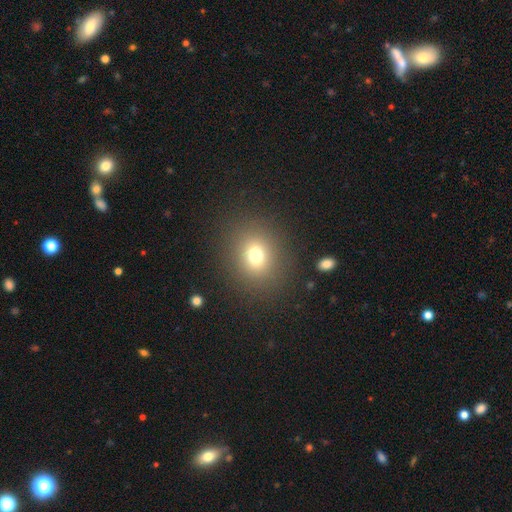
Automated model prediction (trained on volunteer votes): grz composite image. It shows a smooth galaxy with no disk features (73%) that is round (71%). Merging: none (87%).